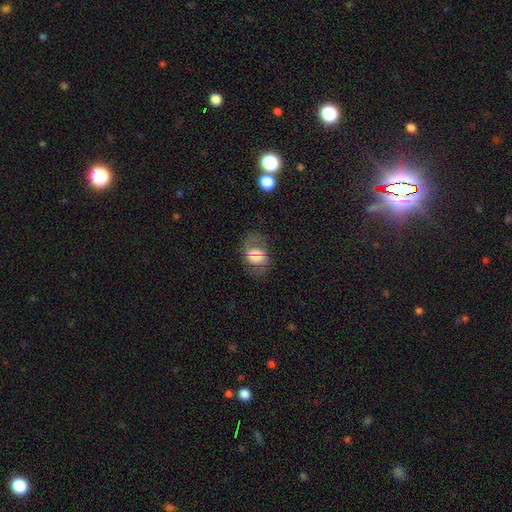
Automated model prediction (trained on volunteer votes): Q: Smooth or featured?
A: smooth (53%); runner-up: featured or disk (36%)
Q: How rounded?
A: in between (72%); runner-up: round (27%)
Q: Merging?
A: none (56%); runner-up: minor disturbance (22%)